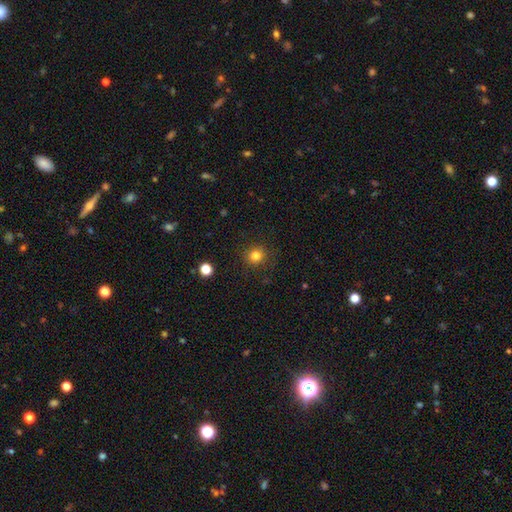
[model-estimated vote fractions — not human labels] Smooth or featured: smooth — 82% (star or artifact — 13%)
How rounded: round — 90% (in between — 9%)
Merging: none — 88% (minor disturbance — 8%)